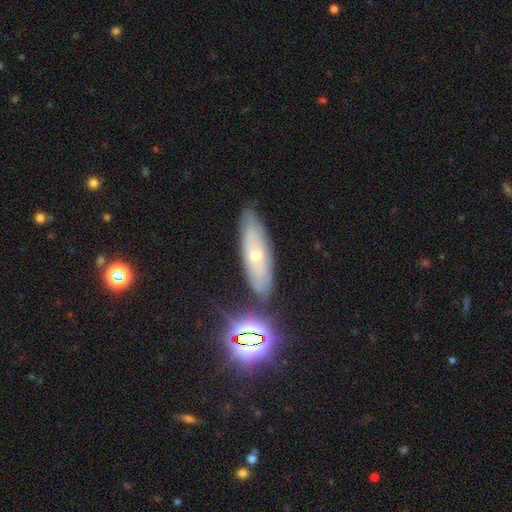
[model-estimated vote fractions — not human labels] A featured or disk galaxy (52%). Merging: none (77%).